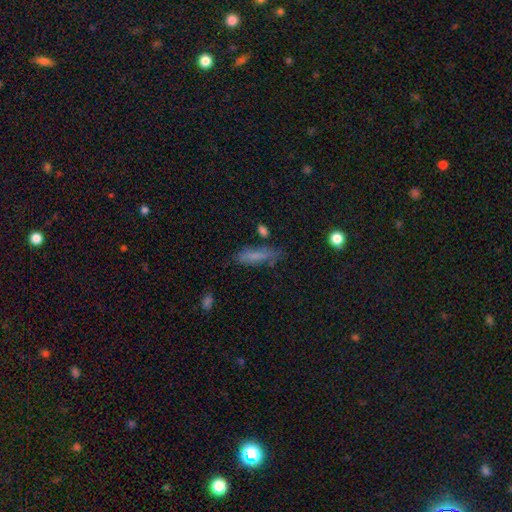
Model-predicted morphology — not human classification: This is likely a smooth galaxy (71%). How rounded: likely cigar-shaped (67%). Merging: likely none (69%).